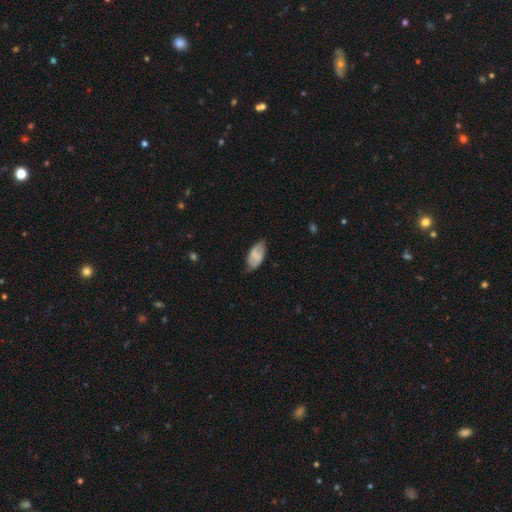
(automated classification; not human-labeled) Smooth or featured?
  - smooth: 62% *
  - featured or disk: 30%
  - star or artifact: 8%
How rounded?
  - in between: 93% *
  - round: 4%
  - cigar-shaped: 3%
Merging?
  - none: 67% *
  - minor disturbance: 26%
  - major disturbance: 5%
  - merger: 1%